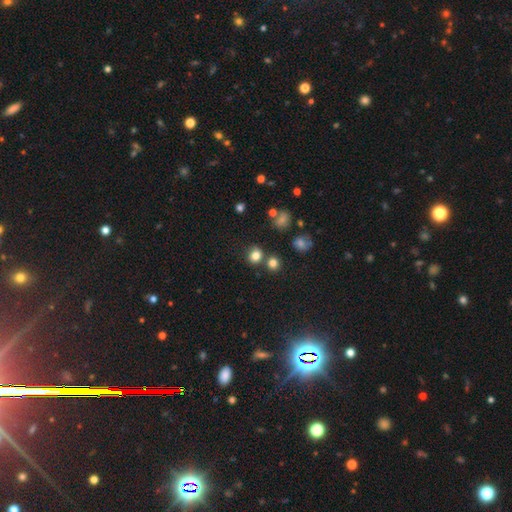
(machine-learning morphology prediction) A smooth galaxy with no disk features (79%) that is round (80%).

Vote fractions:
- Smooth or featured? smooth: 79% / star or artifact: 15% / featured or disk: 6%
- How rounded? round: 80% / in between: 19% / cigar-shaped: 1%
- Merging? none: 72% / merger: 14% / minor disturbance: 11% / major disturbance: 4%